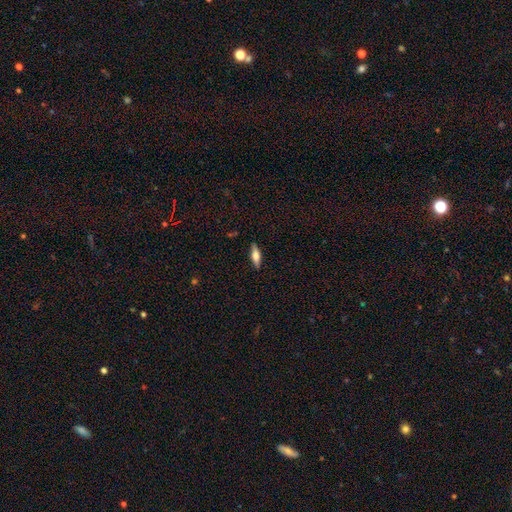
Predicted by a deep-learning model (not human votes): smooth 61%, featured or disk 33%, star or artifact 7%. Down the decision tree: how rounded — in between (54%); merging — none (87%).